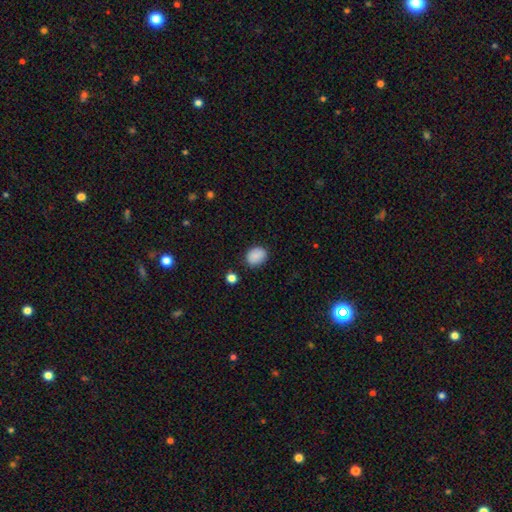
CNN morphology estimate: This is clearly a smooth galaxy (87%). How rounded: likely in between (62%). Merging: clearly none (83%).